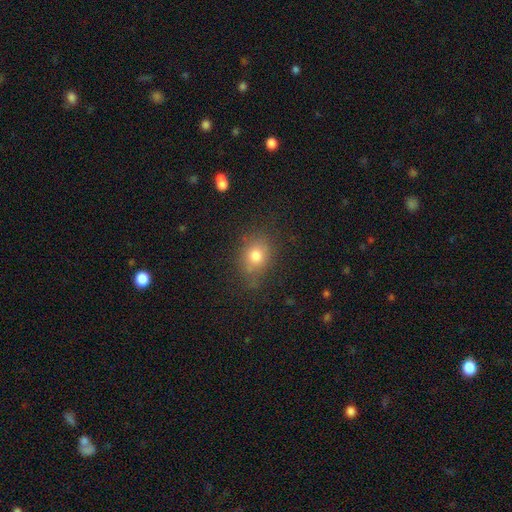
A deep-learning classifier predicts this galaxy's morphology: smooth 76%, star or artifact 13%, featured or disk 11%. Down the decision tree: how rounded — round (54%); merging — none (72%).